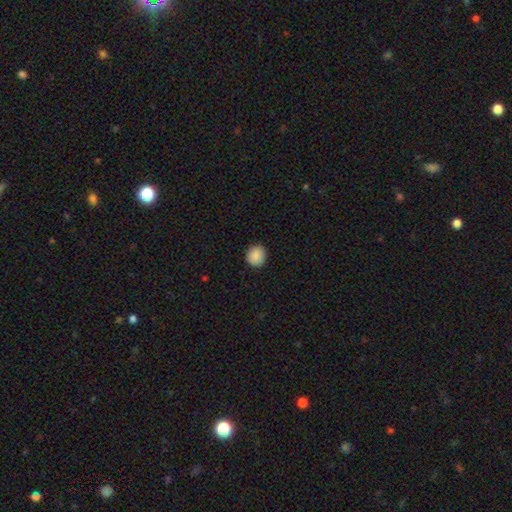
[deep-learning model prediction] smooth 89%, star or artifact 8%, featured or disk 3%. Down the decision tree: how rounded — round (89%); merging — none (91%).